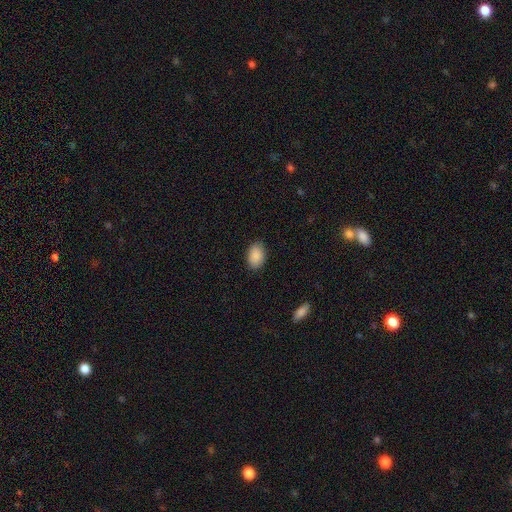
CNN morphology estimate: Smooth or featured? smooth (90%)
How rounded? in between (86%)
Merging? none (86%)